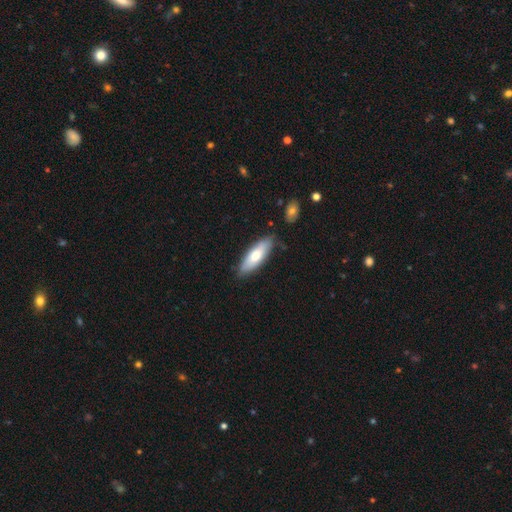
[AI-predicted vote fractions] The model was most divided on "how rounded": in between: 57%, cigar-shaped: 41%, round: 2%. More confident: merging — none (80%); smooth or featured — smooth (67%).